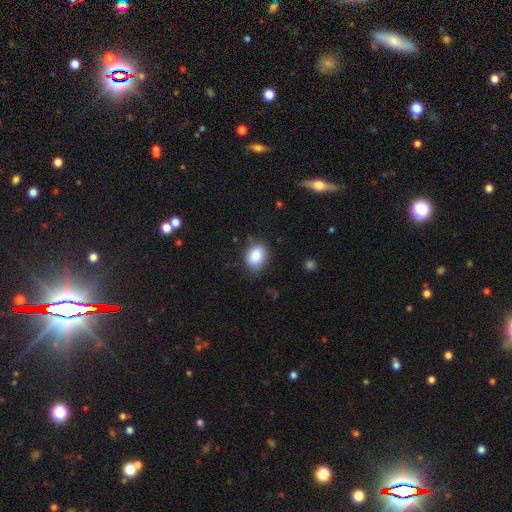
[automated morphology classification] Smooth or featured?
  - smooth: 86% *
  - star or artifact: 8%
  - featured or disk: 6%
How rounded?
  - in between: 69% *
  - round: 30%
  - cigar-shaped: 1%
Merging?
  - none: 74% *
  - minor disturbance: 19%
  - major disturbance: 5%
  - merger: 2%